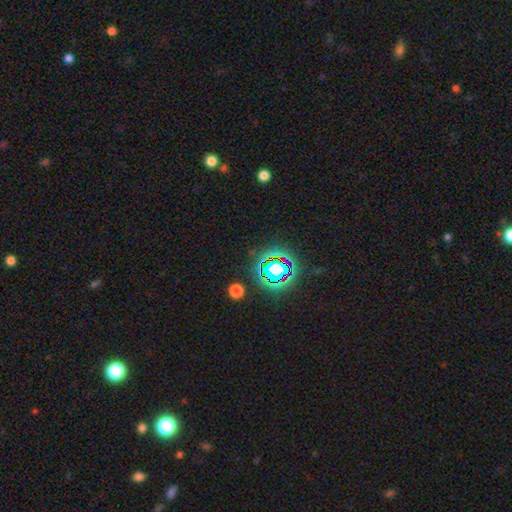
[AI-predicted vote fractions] This is likely a star or artifact rather than a galaxy (79%).